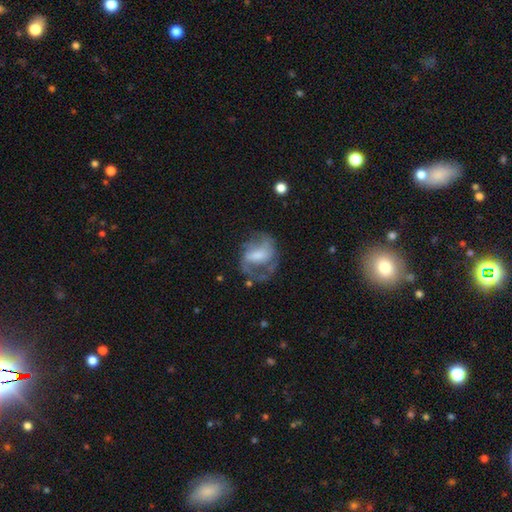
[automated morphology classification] Overall: featured or disk (71%). Edge-on disk: no (97%). Bar: weak (46%; strong 28%). Spiral arms: yes (83%). Spiral arm count: 2 (67%). Spiral winding: medium (47%; loose 29%). Bulge size: moderate (33%; small 27%). Merging: none (51%; major disturbance 25%).